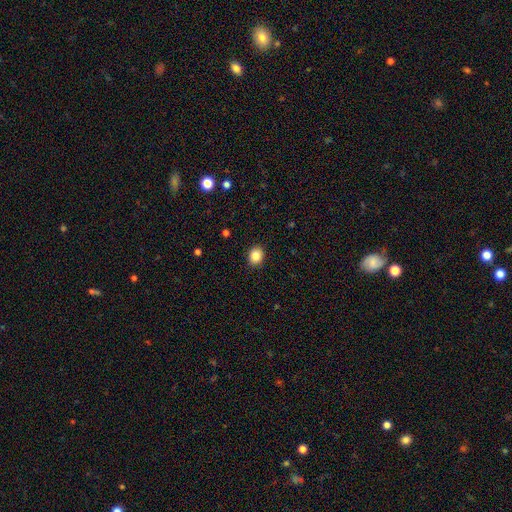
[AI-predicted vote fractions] A smooth galaxy with no disk features (85%) that is round (55%).

Vote fractions:
- Smooth or featured? smooth: 85% / star or artifact: 10% / featured or disk: 6%
- How rounded? round: 55% / in between: 44% / cigar-shaped: 1%
- Merging? none: 90% / minor disturbance: 7% / major disturbance: 2% / merger: 1%